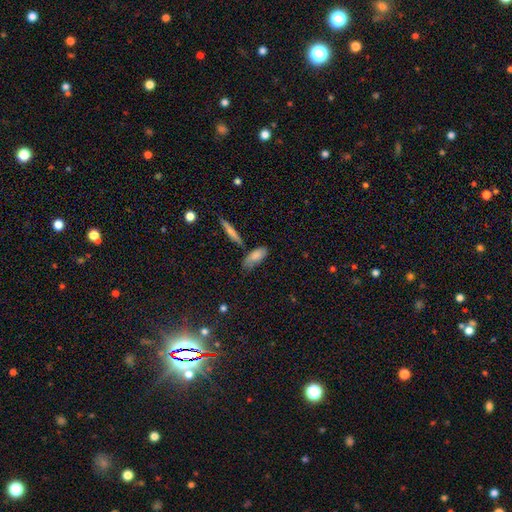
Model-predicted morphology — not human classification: Smooth or featured? Predicted: smooth (p=0.78). How rounded? Predicted: in between (p=0.76). Merging? Predicted: none (p=0.52).